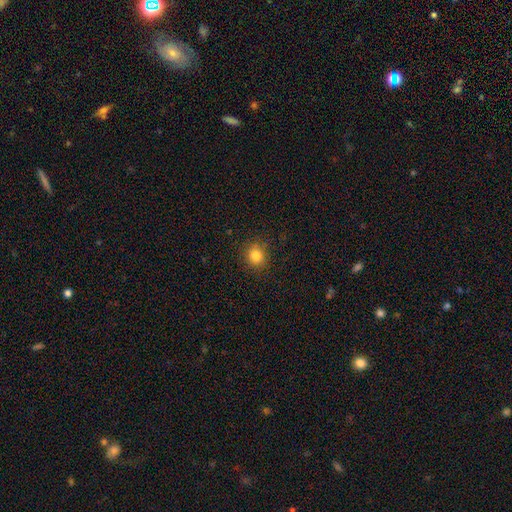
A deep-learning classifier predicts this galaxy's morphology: Smooth or featured? Predicted: smooth (p=0.82). How rounded? Predicted: round (p=0.83). Merging? Predicted: none (p=0.89).